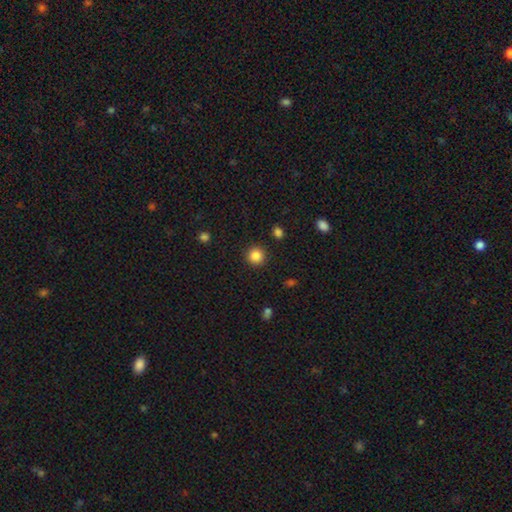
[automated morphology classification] Smooth or featured? smooth (85%)
How rounded? round (94%)
Merging? none (91%)